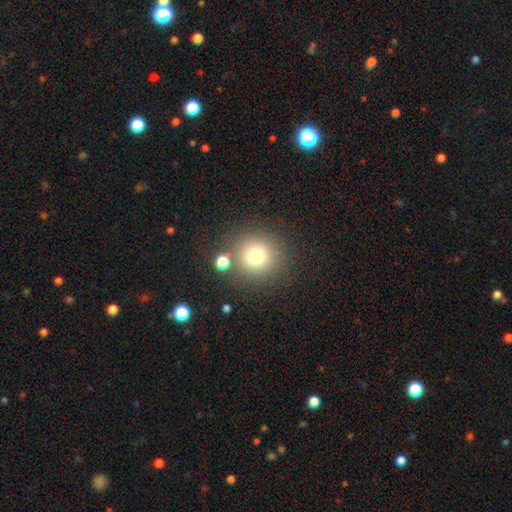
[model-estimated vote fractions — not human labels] The model was most divided on "smooth or featured": smooth: 76%, star or artifact: 15%, featured or disk: 10%. More confident: how rounded — round (94%); merging — none (81%).